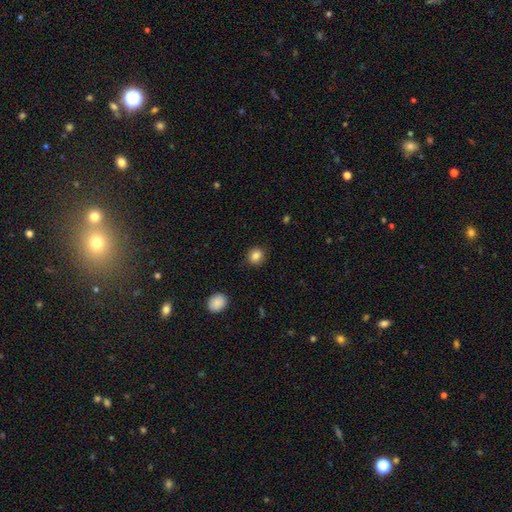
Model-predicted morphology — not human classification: smooth_or_featured: smooth (p=0.84) [alt: star or artifact p=0.11]
how_rounded: round (p=0.84) [alt: in between p=0.15]
merging: none (p=0.89) [alt: minor disturbance p=0.07]